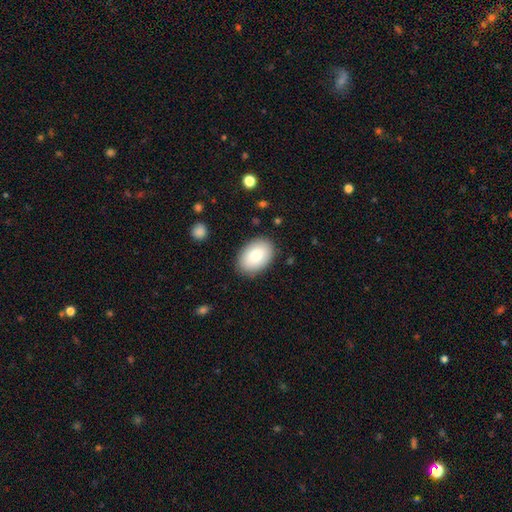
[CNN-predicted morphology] type=smooth (86%); roundness=in between (88%); merging=none (87%).